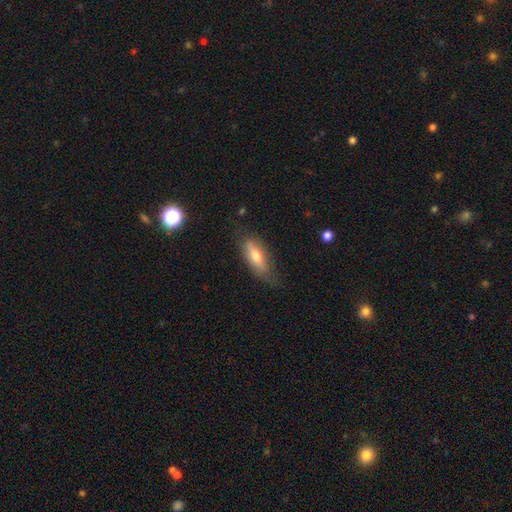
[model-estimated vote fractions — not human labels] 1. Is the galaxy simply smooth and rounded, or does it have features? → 60% smooth, 32% featured or disk, 8% star or artifact.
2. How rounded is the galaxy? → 55% in between, 43% cigar-shaped, 3% round.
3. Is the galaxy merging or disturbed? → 65% none, 26% minor disturbance, 7% major disturbance, 2% merger.